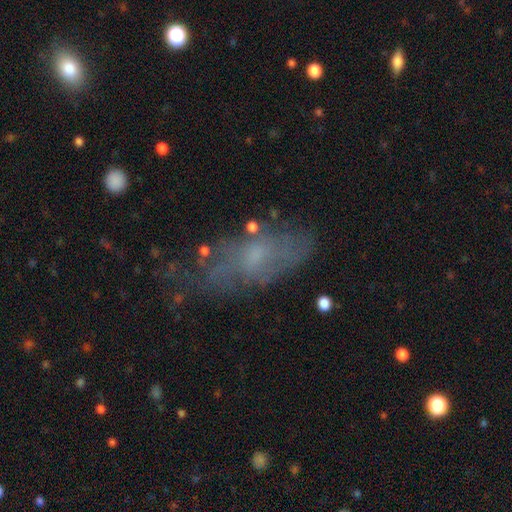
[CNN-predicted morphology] type=smooth (45%); merging=none (53%).